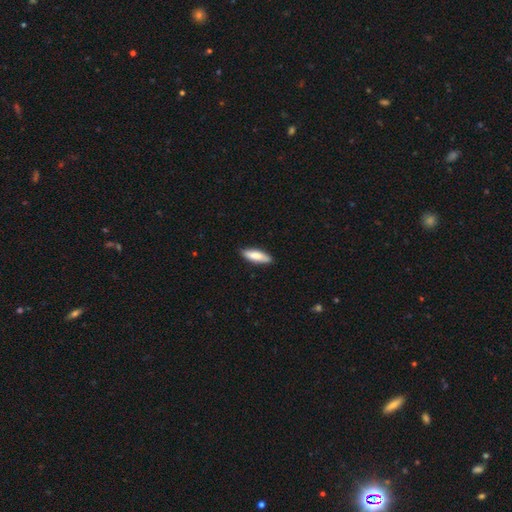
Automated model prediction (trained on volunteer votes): Smooth or featured: smooth — 80% (featured or disk — 15%)
How rounded: cigar-shaped — 49% (tied with in between — 49%)
Merging: none — 87% (minor disturbance — 10%)